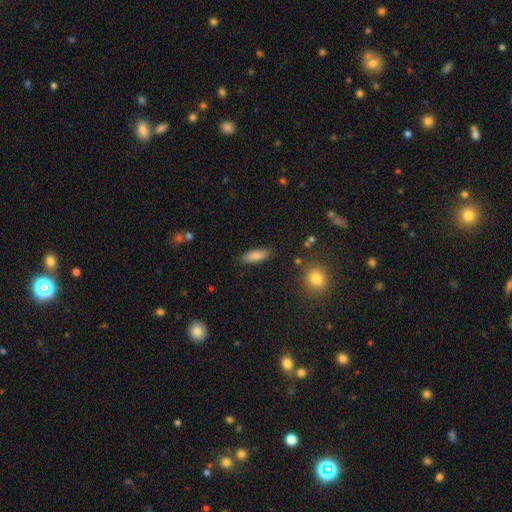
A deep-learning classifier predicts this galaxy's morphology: smooth-or-featured: smooth: 84% | featured or disk: 8% | star or artifact: 8%
  how-rounded: in between: 69% | cigar-shaped: 28% | round: 2%
  merging: none: 85% | minor disturbance: 10% | major disturbance: 3% | merger: 2%